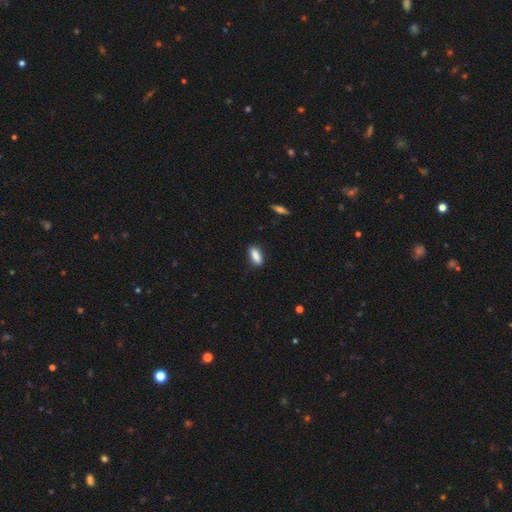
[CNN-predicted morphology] Smooth or featured? smooth (87%)
How rounded? in between (75%)
Merging? none (86%)